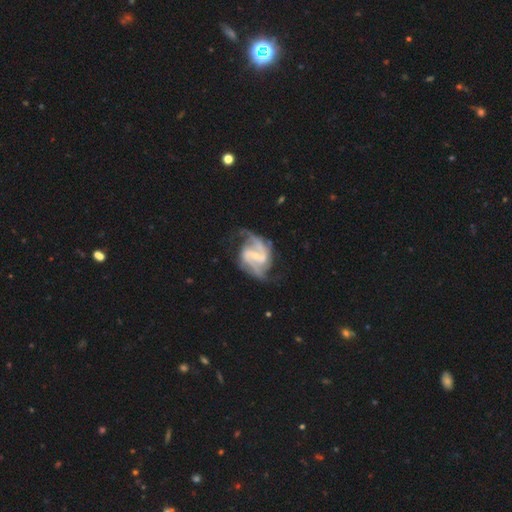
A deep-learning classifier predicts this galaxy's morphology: A featured or disk galaxy (90%) with a weak bar (48%), 2 (81%) medium (55%) spiral arms (97%) and a small central bulge (62%).

Vote fractions:
- Smooth or featured? featured or disk: 90% / smooth: 5% / star or artifact: 4%
- Edge-on disk? no: 98% / yes: 2%
- Bar? weak: 48% / strong: 33% / no: 19%
- Spiral arms? yes: 97% / no: 3%
- Spiral winding? medium: 55% / loose: 23% / tight: 22%
- Spiral arm count? 2: 81% / 3: 8% / can't tell: 5% / 1: 2% / 4: 2% / more than 4: 2%
- Bulge size? small: 62% / moderate: 26% / none: 9% / large: 2% / dominant: 1%
- Merging? none: 66% / minor disturbance: 19% / major disturbance: 13% / merger: 2%